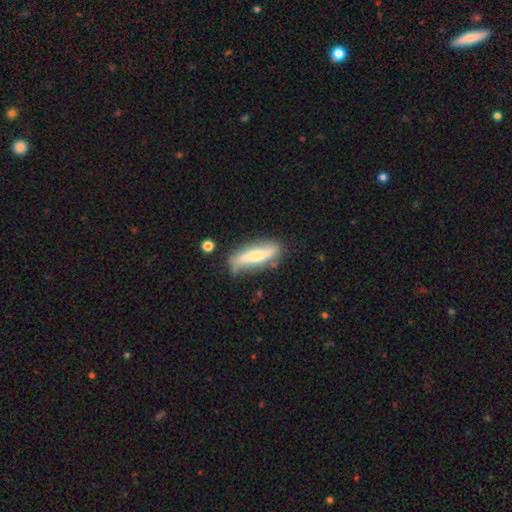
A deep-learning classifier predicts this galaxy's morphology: Smooth or featured: featured or disk — 51% (smooth — 43%)
Edge-on disk: yes — 53% (no — 47%)
Merging: none — 68% (minor disturbance — 23%)